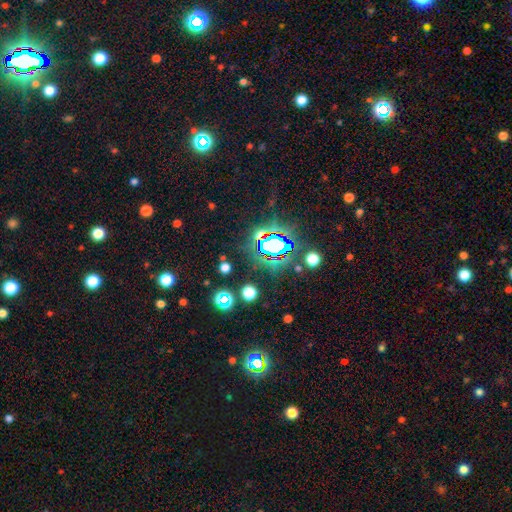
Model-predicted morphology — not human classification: This appears to be a star or artifact, not a galaxy (82%).